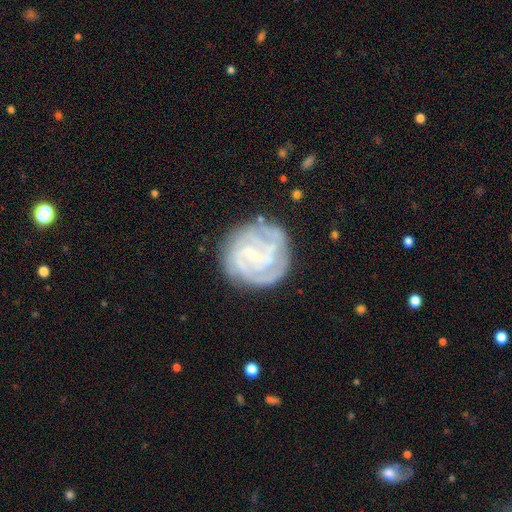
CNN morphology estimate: featured or disk 82%, smooth 12%, star or artifact 6%. Down the decision tree: edge-on disk — no (98%); bar — weak (52%); spiral arms — yes (94%); spiral arm count — can't tell (29%); spiral winding — tight (67%); bulge size — small (64%); merging — none (76%).